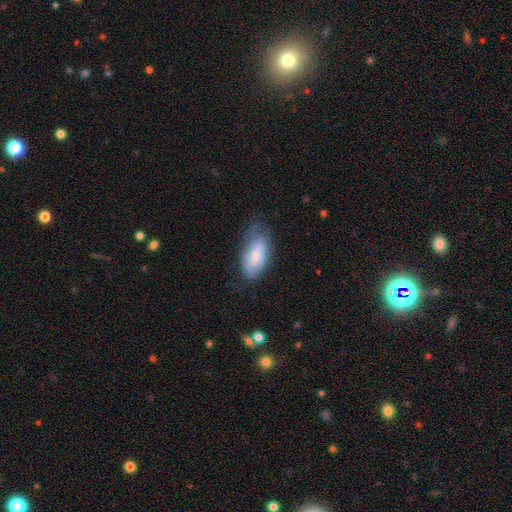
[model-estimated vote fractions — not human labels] A smooth galaxy with no disk features (49%). Merging: none (50%).